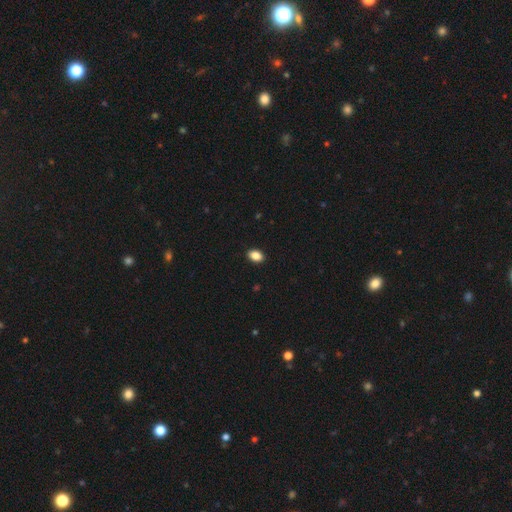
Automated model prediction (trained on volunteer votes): The model was most divided on "how rounded": in between: 82%, round: 17%, cigar-shaped: 1%. More confident: merging — none (91%); smooth or featured — smooth (87%).